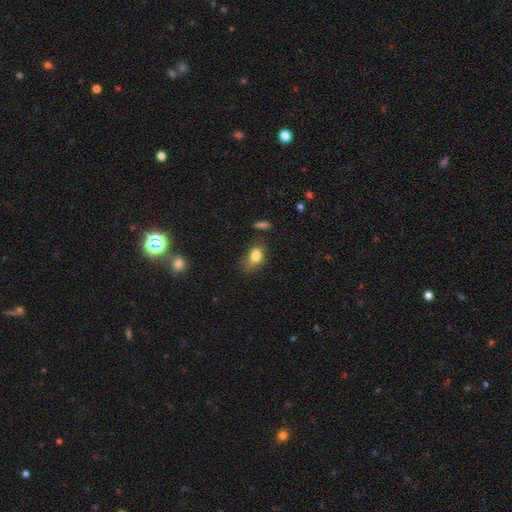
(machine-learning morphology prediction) Overall: smooth (80%). How rounded: in between (83%). Merging: none (51%; minor disturbance 31%).